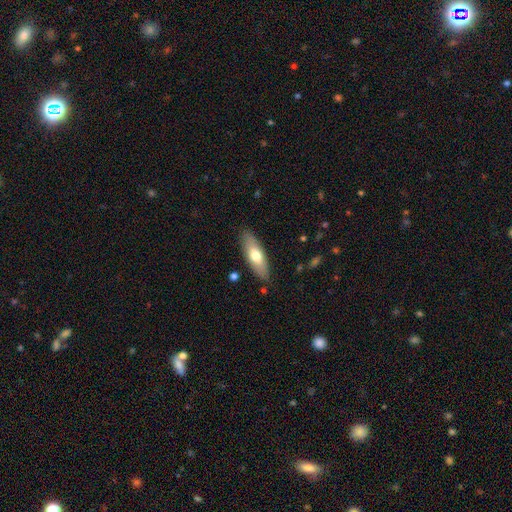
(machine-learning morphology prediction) This is likely a smooth galaxy (65%). How rounded: likely in between (63%). Merging: clearly none (86%).